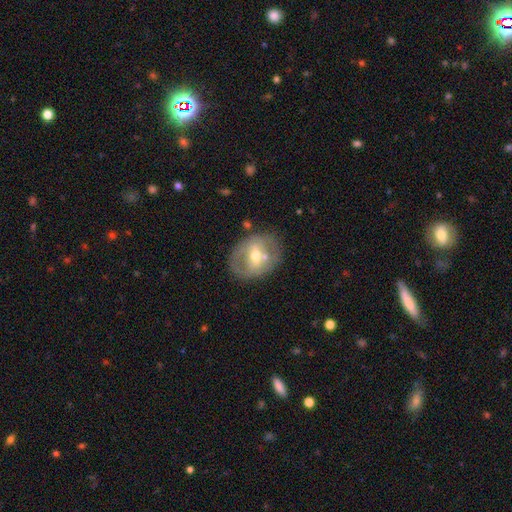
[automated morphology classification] smooth-or-featured: featured or disk: 60% | smooth: 33% | star or artifact: 7%
  disk-edge-on: no: 94% | yes: 6%
    bar: weak: 40% | no: 33% | strong: 27%
    has-spiral-arms: no: 65% | yes: 35%
    bulge-size: moderate: 68% | small: 26% | large: 5% | none: 1% | dominant: 1%
  merging: none: 65% | minor disturbance: 18% | merger: 8% | major disturbance: 8%